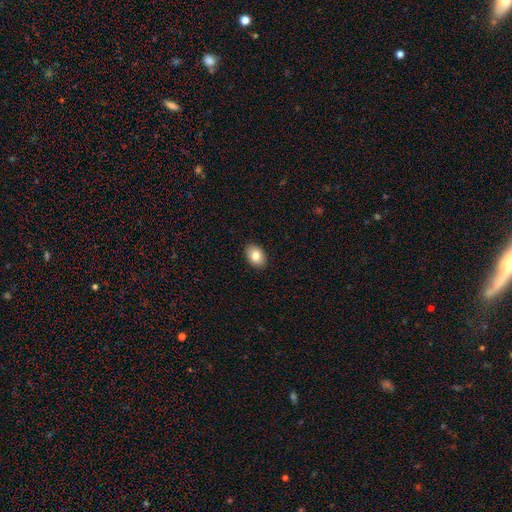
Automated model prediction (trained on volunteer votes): smooth 84%, featured or disk 9%, star or artifact 8%. Down the decision tree: how rounded — in between (81%); merging — none (90%).